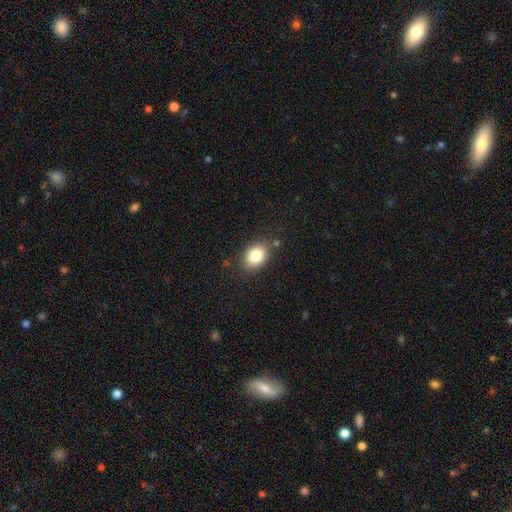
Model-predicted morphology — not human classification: Q: Smooth or featured?
A: smooth (83%); runner-up: star or artifact (9%)
Q: How rounded?
A: in between (66%); runner-up: round (33%)
Q: Merging?
A: none (82%); runner-up: minor disturbance (12%)